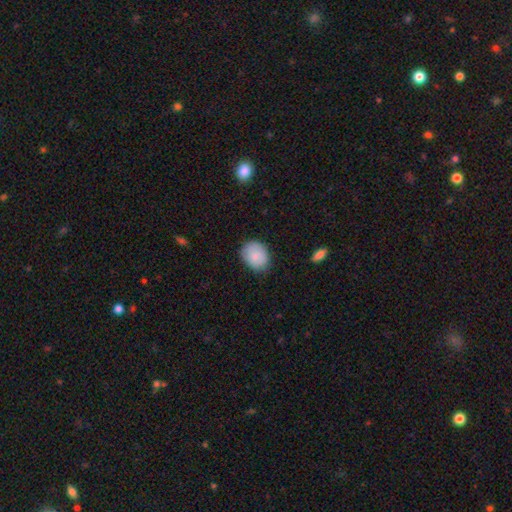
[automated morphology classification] Q: Smooth or featured?
A: smooth (86%); runner-up: featured or disk (8%)
Q: How rounded?
A: in between (50%); runner-up: round (49%)
Q: Merging?
A: none (79%); runner-up: minor disturbance (17%)